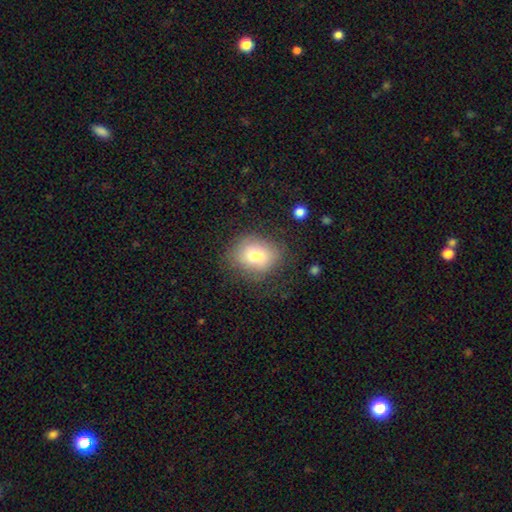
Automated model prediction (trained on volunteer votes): Smooth or featured? smooth (74%)
How rounded? in between (50%)
Merging? none (68%)